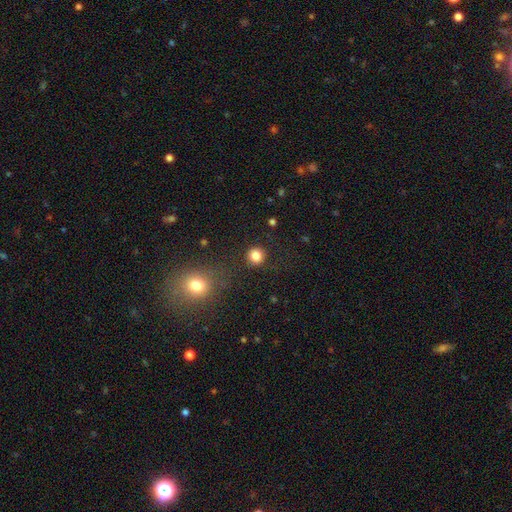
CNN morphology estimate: Overall: smooth (84%). How rounded: round (92%). Merging: none (89%).